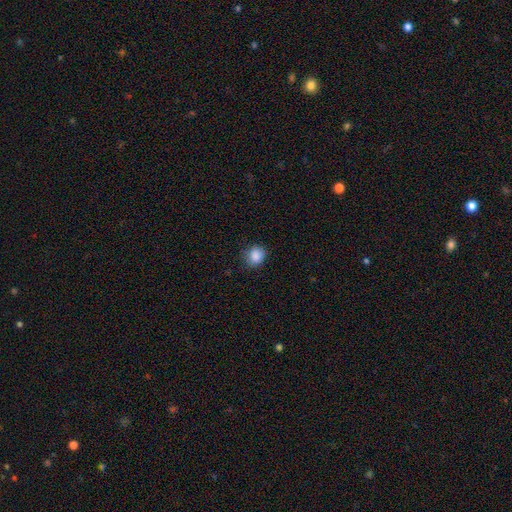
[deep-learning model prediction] Smooth or featured? smooth (87%)
How rounded? round (72%)
Merging? none (78%)